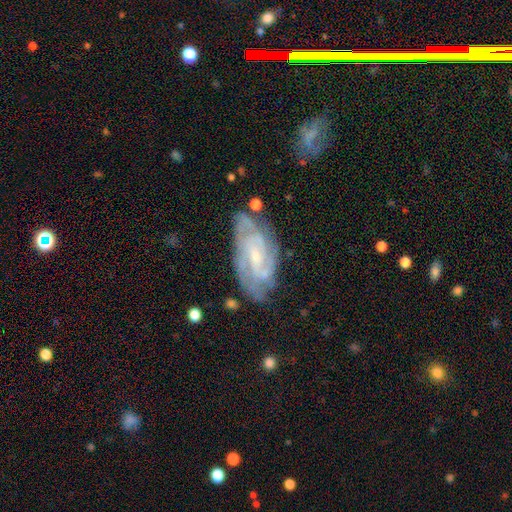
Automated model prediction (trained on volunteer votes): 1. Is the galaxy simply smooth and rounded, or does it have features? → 81% featured or disk, 12% smooth, 6% star or artifact.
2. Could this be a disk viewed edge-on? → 94% no, 6% yes.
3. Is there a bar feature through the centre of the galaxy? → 44% weak (tied), 44% no (tied), 12% strong.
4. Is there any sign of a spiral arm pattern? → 93% yes, 7% no.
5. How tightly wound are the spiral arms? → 58% tight, 34% medium, 8% loose.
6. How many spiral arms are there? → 34% can't tell, 26% 2, 21% 3, 11% 4, 4% more than 4, 4% 1.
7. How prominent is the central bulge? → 61% small, 28% moderate, 8% none, 2% large, 1% dominant.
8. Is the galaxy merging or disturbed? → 69% none, 21% minor disturbance, 7% major disturbance, 3% merger.